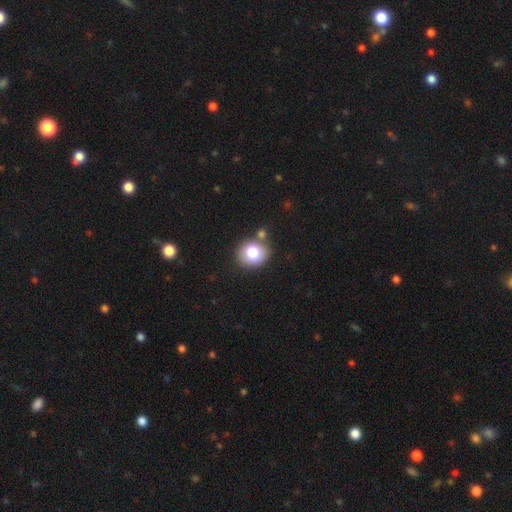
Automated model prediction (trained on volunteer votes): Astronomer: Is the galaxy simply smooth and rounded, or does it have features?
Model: smooth — 76%.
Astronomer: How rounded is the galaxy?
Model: round — 80%.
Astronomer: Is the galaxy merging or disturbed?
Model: none — 80%.